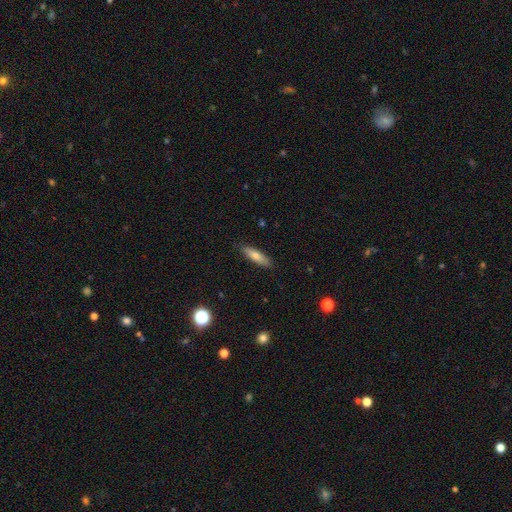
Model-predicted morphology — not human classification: Smooth or featured?
  - smooth: 75% *
  - featured or disk: 19%
  - star or artifact: 6%
How rounded?
  - cigar-shaped: 67% *
  - in between: 31%
  - round: 2%
Merging?
  - none: 87% *
  - minor disturbance: 10%
  - major disturbance: 2%
  - merger: 1%